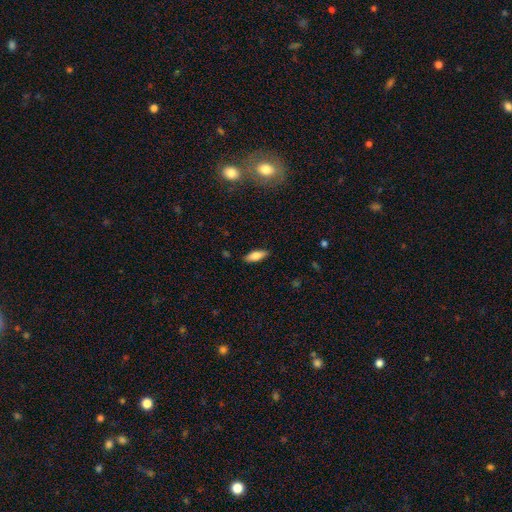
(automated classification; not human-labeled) smooth_or_featured: smooth (p=0.77) [alt: featured or disk p=0.17]
how_rounded: in between (p=0.71) [alt: cigar-shaped p=0.27]
merging: none (p=0.87) [alt: minor disturbance p=0.10]